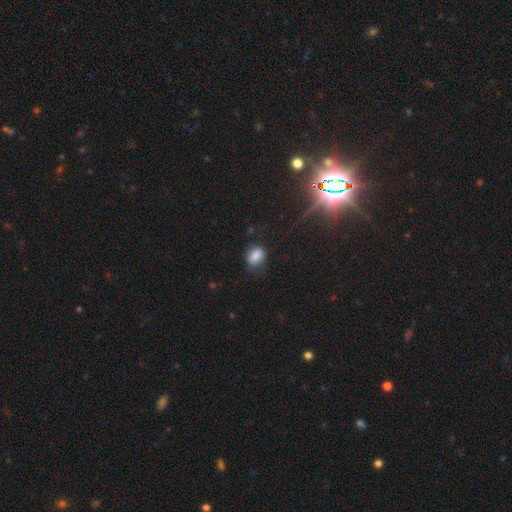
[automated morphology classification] A smooth galaxy with no disk features (80%) that is in between round and cigar-shaped (59%).

Vote fractions:
- Smooth or featured? smooth: 80% / star or artifact: 11% / featured or disk: 9%
- How rounded? in between: 59% / round: 40% / cigar-shaped: 1%
- Merging? none: 64% / minor disturbance: 24% / major disturbance: 10% / merger: 2%